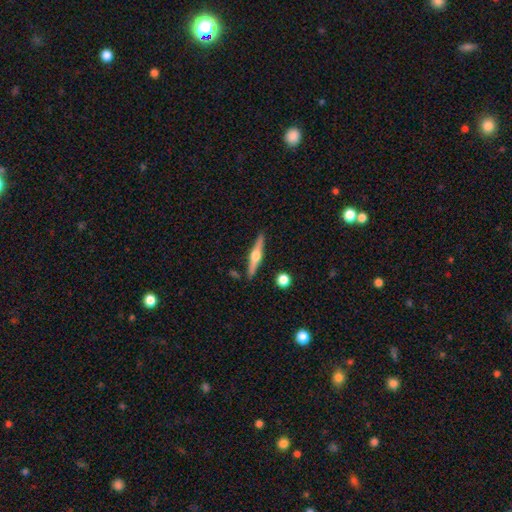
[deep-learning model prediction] Morphology: type=featured or disk (72%); edge-on=yes (97%); edge-on bulge=rounded (95%); merging=none (89%).